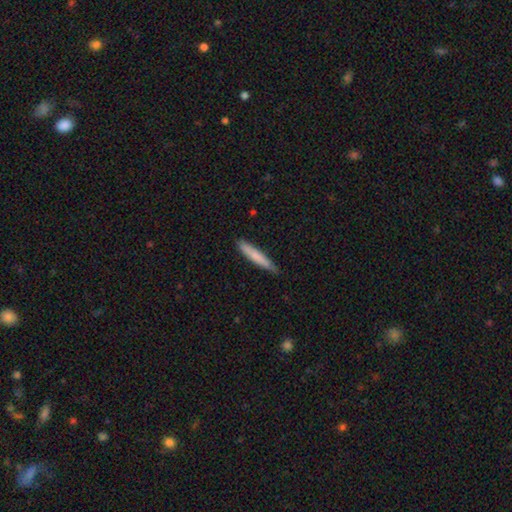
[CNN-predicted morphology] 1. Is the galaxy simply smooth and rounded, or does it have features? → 75% smooth, 20% featured or disk, 6% star or artifact.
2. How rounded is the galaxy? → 93% cigar-shaped, 5% in between, 1% round.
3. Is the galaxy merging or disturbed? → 82% none, 15% minor disturbance, 2% major disturbance, 1% merger.